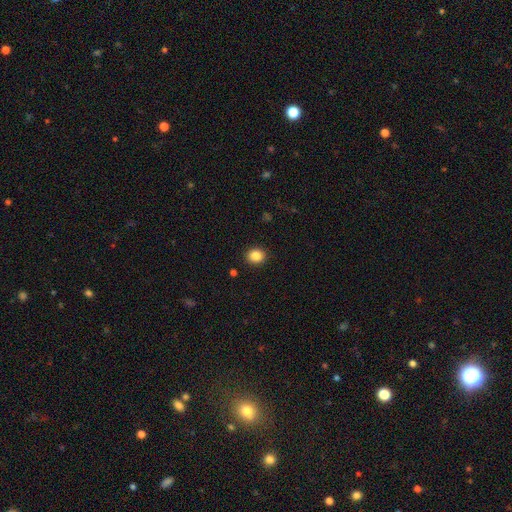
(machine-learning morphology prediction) Smooth or featured: smooth — 86% (star or artifact — 10%)
How rounded: round — 73% (in between — 26%)
Merging: none — 91% (minor disturbance — 6%)